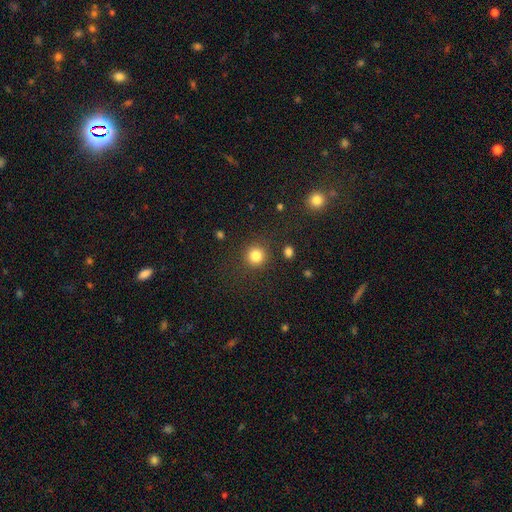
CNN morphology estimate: A smooth galaxy with no disk features (84%) that is round (92%). Merging: none (87%).